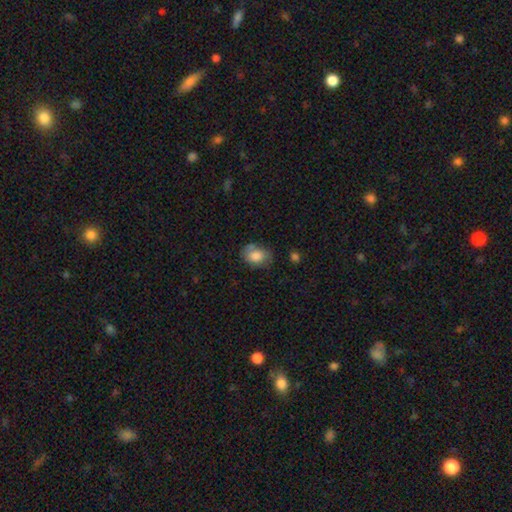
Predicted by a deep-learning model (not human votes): This appears to be a smooth galaxy with no disk features (78%) that is in between round and cigar-shaped (74%). Merging: none (62%).